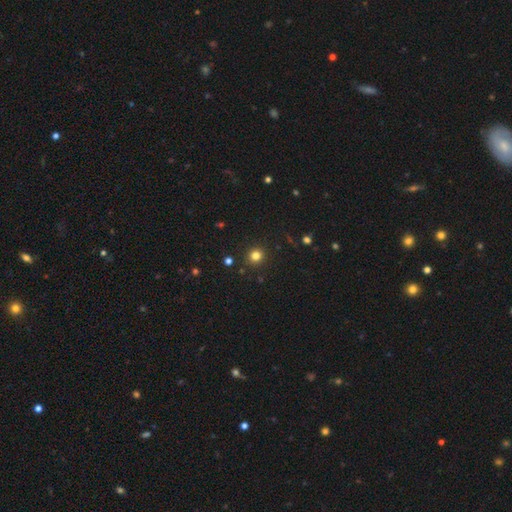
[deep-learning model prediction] This appears to be a smooth galaxy with no disk features (80%) that is round (91%). Merging: none (91%).